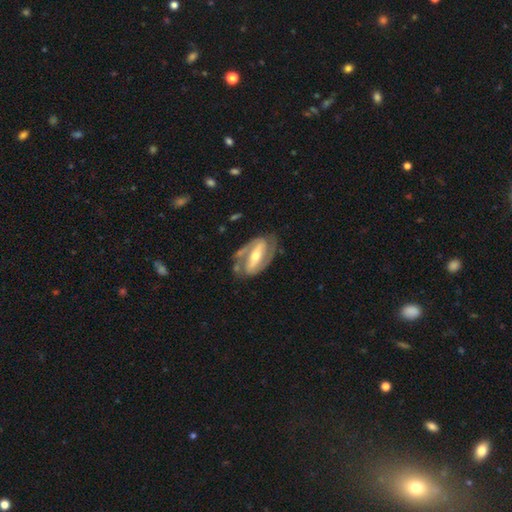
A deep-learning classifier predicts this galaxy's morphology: This is clearly a featured or disk galaxy (85%). It is clearly not viewed edge-on (93%). Bar: likely strong (73%). Spiral arm pattern: clearly yes (87%). Spiral arm count: clearly 2 (88%). Spiral winding: marginally medium (43%, tied with tight). Central bulge: likely moderate (62%). Merging: likely none (76%).